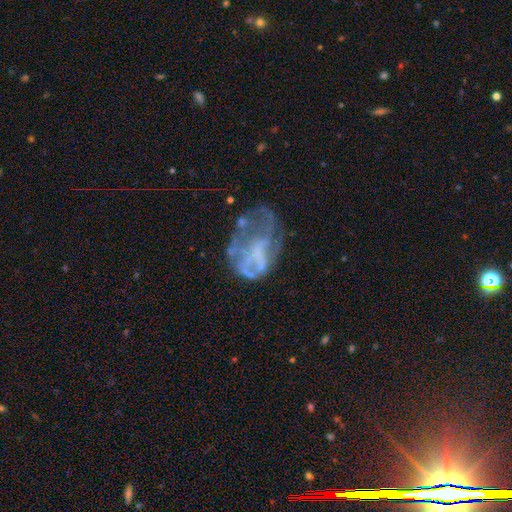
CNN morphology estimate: type=featured or disk (62%); edge-on=no (98%); bar=no (81%); spiral arms=no (78%); bulge=none (70%); merging=major disturbance (40%).